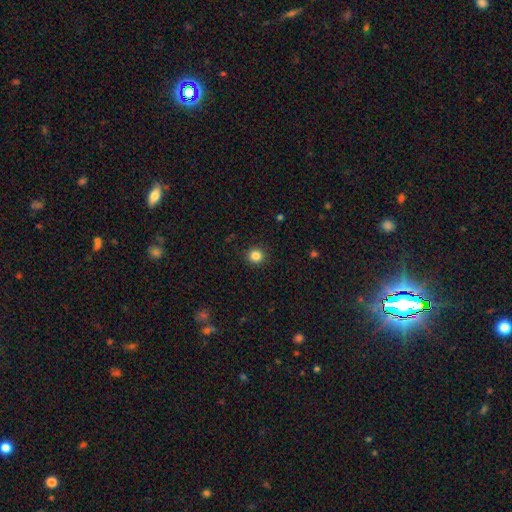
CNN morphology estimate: A smooth galaxy with no disk features (85%) that is round (91%).

Vote fractions:
- Smooth or featured? smooth: 85% / star or artifact: 12% / featured or disk: 4%
- How rounded? round: 91% / in between: 8% / cigar-shaped: 1%
- Merging? none: 92% / minor disturbance: 5% / major disturbance: 2% / merger: 1%